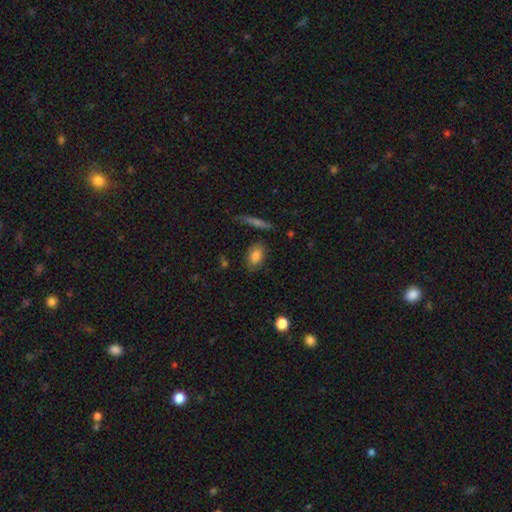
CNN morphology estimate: The model was most divided on "merging": none: 76%, minor disturbance: 16%, major disturbance: 4%, merger: 3%. More confident: smooth or featured — smooth (82%); how rounded — in between (82%).